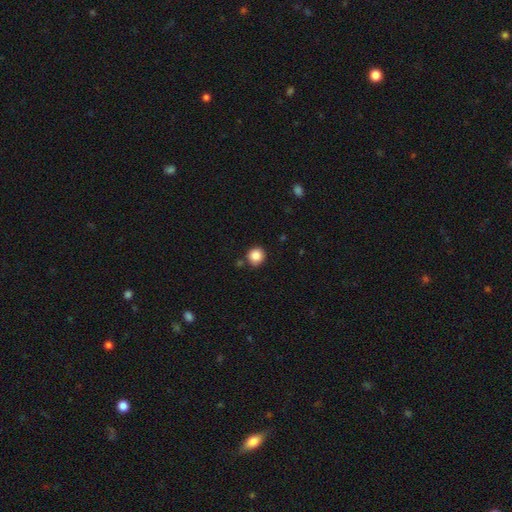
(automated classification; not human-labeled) Smooth or featured: smooth — 87% (star or artifact — 10%)
How rounded: round — 91% (in between — 8%)
Merging: none — 83% (minor disturbance — 10%)